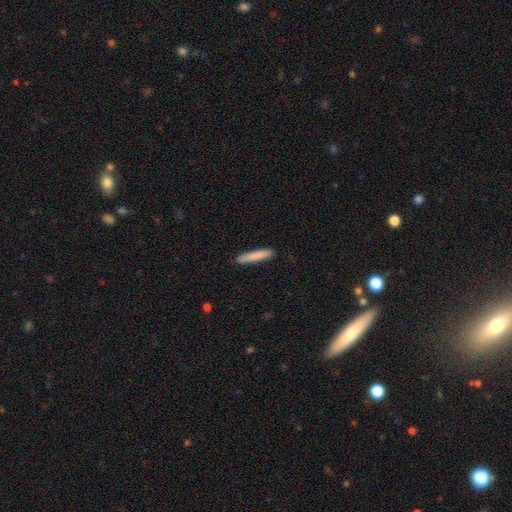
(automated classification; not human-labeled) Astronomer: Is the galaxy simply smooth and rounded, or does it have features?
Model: smooth — 83%.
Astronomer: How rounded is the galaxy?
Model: cigar-shaped — 93%.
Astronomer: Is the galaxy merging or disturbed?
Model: none — 88%.